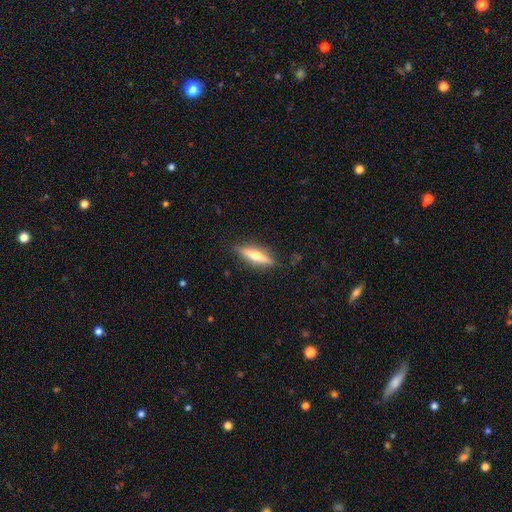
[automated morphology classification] smooth_or_featured: featured or disk (p=0.57) [alt: smooth p=0.37]
disk_edge_on: yes (p=0.94) [alt: no p=0.06]
edge_on_bulge: rounded (p=0.91) [alt: none p=0.06]
merging: none (p=0.87) [alt: minor disturbance p=0.10]